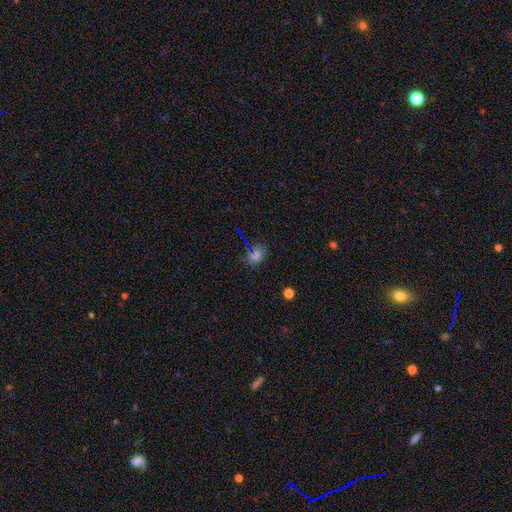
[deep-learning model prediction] Smooth or featured? smooth (70%)
How rounded? in between (74%)
Merging? none (77%)